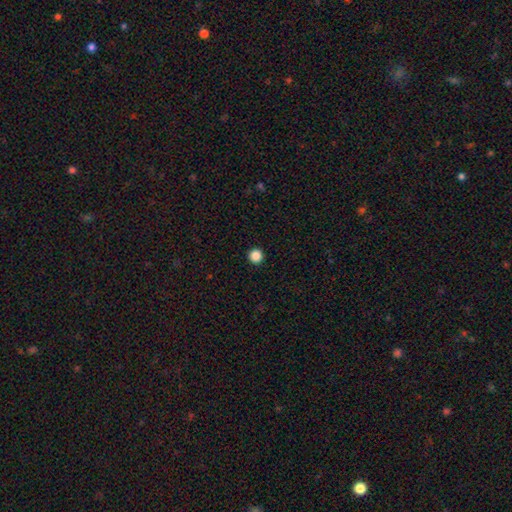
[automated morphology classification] Overall: smooth (87%). How rounded: round (96%). Merging: none (94%).